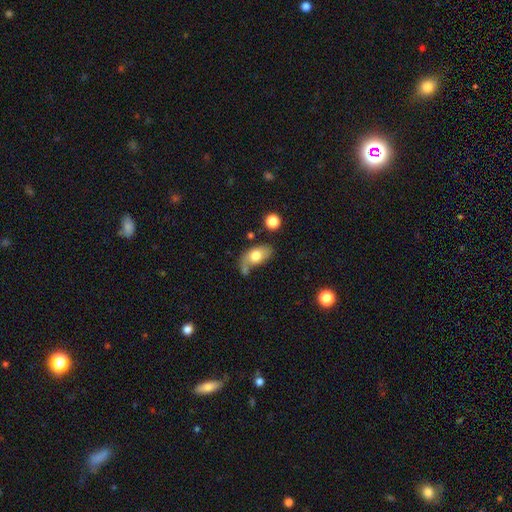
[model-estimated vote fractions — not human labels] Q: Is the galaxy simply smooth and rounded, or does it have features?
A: smooth — 71%.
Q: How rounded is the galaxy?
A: in between — 88%.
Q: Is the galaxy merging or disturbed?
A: none — 46%.